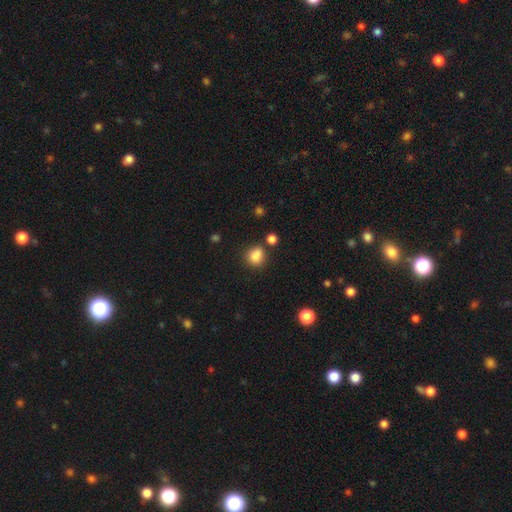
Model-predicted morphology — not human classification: A smooth galaxy with no disk features (83%) that is round (65%).

Vote fractions:
- Smooth or featured? smooth: 83% / star or artifact: 11% / featured or disk: 6%
- How rounded? round: 65% / in between: 34% / cigar-shaped: 1%
- Merging? none: 64% / minor disturbance: 17% / merger: 13% / major disturbance: 5%